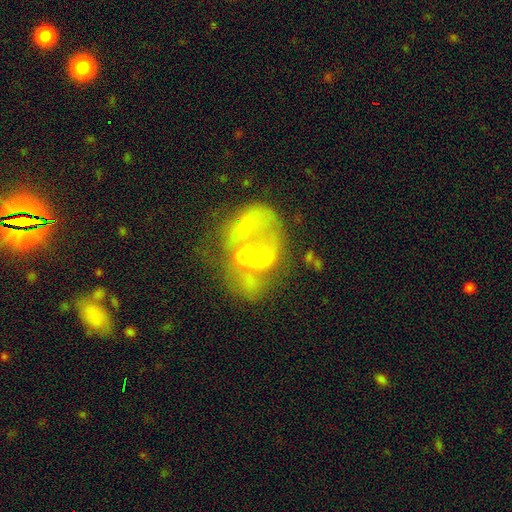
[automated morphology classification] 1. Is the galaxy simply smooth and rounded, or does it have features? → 77% featured or disk, 14% smooth, 9% star or artifact.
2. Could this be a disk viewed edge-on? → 98% no, 2% yes.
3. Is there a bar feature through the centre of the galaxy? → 47% no, 41% weak, 12% strong.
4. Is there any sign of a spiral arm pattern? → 77% yes, 23% no.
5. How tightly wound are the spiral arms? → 45% medium, 40% loose, 15% tight.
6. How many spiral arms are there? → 66% 2, 14% can't tell, 13% 1, 4% 3, 2% 4, 2% more than 4.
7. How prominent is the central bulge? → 63% small, 23% moderate, 11% none, 2% large, 1% dominant.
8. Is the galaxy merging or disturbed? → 44% merger, 23% major disturbance, 22% none, 12% minor disturbance.